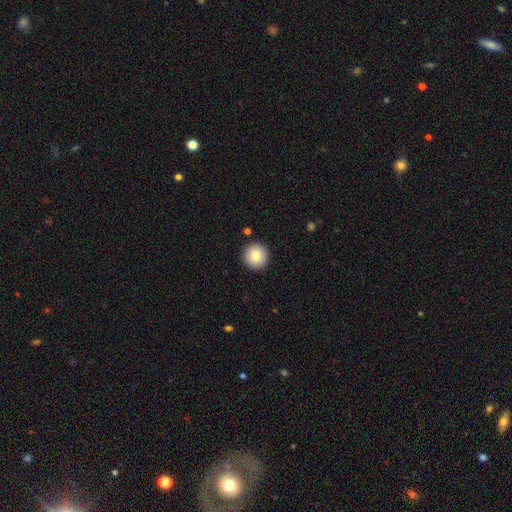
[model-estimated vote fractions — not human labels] A smooth galaxy with no disk features (86%) that is round (96%). Merging: none (91%).